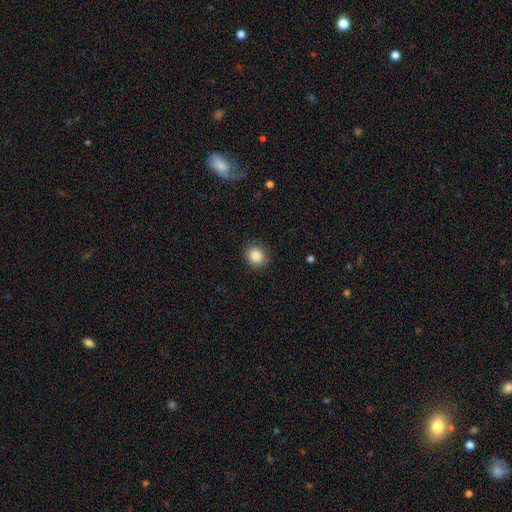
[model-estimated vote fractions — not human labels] Smooth or featured?
  - smooth: 87% *
  - star or artifact: 9%
  - featured or disk: 4%
How rounded?
  - round: 82% *
  - in between: 17%
  - cigar-shaped: 1%
Merging?
  - none: 89% *
  - minor disturbance: 8%
  - major disturbance: 2%
  - merger: 1%